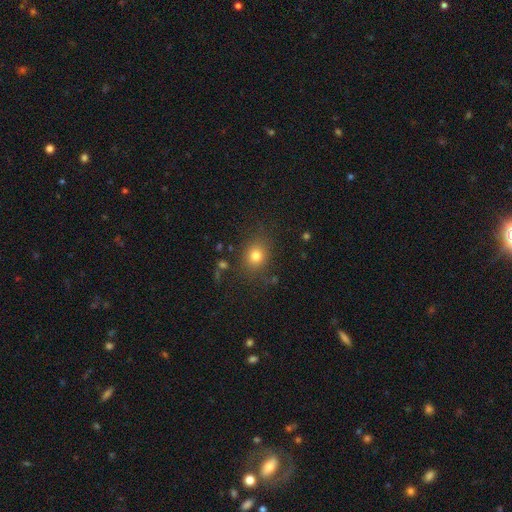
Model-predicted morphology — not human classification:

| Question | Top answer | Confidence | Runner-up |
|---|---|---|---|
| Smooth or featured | smooth | 77% | star or artifact (14%) |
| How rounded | round | 67% | in between (31%) |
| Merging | none | 80% | minor disturbance (12%) |